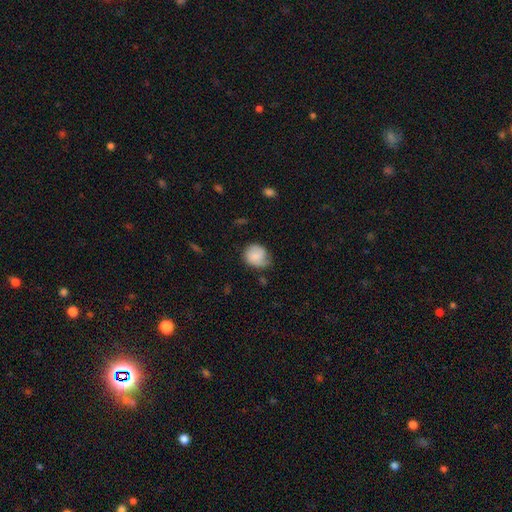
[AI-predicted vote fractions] smooth-or-featured: smooth: 70% | featured or disk: 23% | star or artifact: 7%
  how-rounded: round: 71% | in between: 28% | cigar-shaped: 1%
  merging: none: 50% | minor disturbance: 36% | major disturbance: 12% | merger: 2%